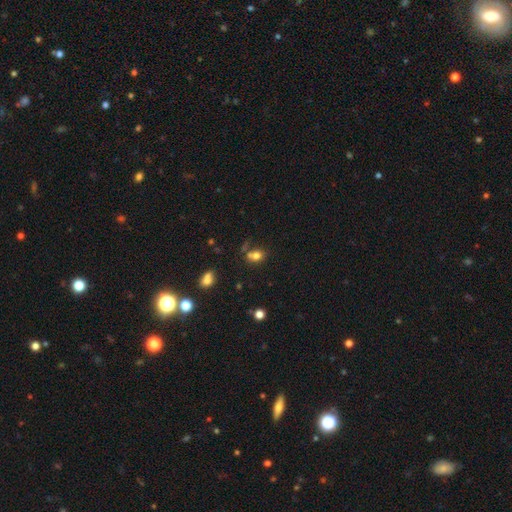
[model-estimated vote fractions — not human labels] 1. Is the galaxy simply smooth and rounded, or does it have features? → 77% smooth, 14% star or artifact, 10% featured or disk.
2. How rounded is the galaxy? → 60% in between, 39% round, 2% cigar-shaped.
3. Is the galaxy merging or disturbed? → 52% none, 26% merger, 16% minor disturbance, 7% major disturbance.